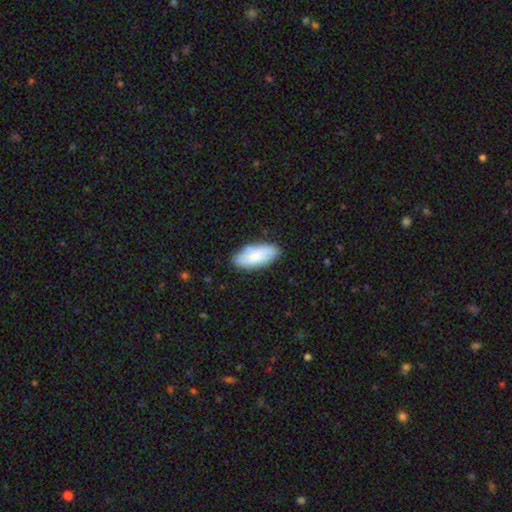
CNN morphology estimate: A smooth galaxy with no disk features (79%) that is in between round and cigar-shaped (89%).

Vote fractions:
- Smooth or featured? smooth: 79% / featured or disk: 15% / star or artifact: 6%
- How rounded? in between: 89% / cigar-shaped: 10% / round: 2%
- Merging? none: 82% / minor disturbance: 14% / major disturbance: 3% / merger: 1%